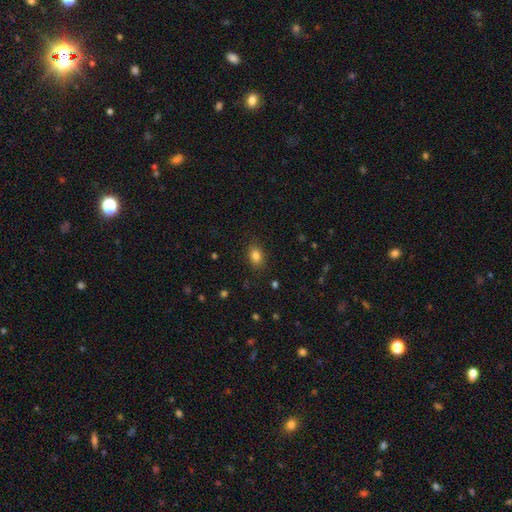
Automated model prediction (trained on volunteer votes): Overall: smooth (83%). How rounded: in between (75%). Merging: none (85%).